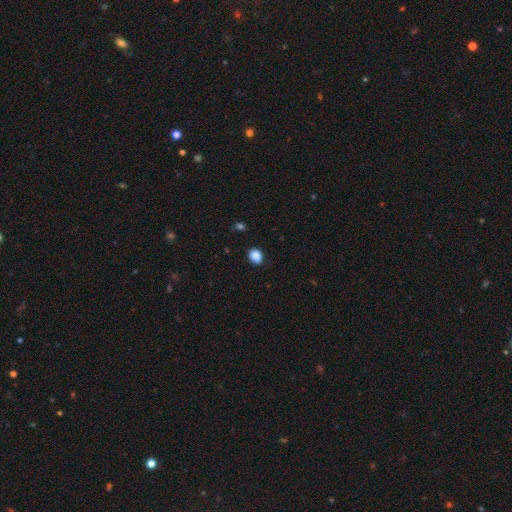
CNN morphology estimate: type=smooth (88%); roundness=in between (57%); merging=none (85%).